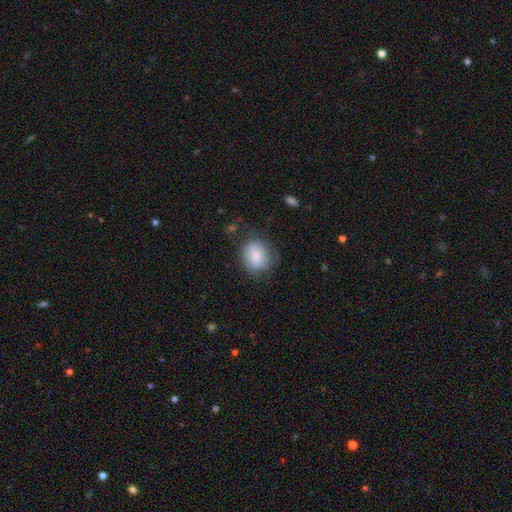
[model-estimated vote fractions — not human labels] This appears to be a smooth galaxy with no disk features (74%) that is round (65%). Merging: none (65%).